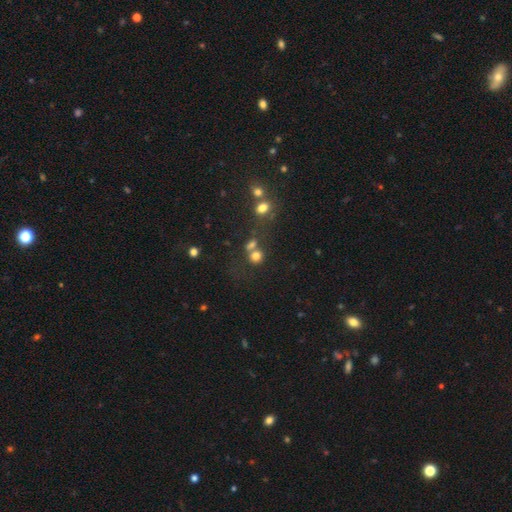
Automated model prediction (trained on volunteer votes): smooth_or_featured: smooth (p=0.72) [alt: star or artifact p=0.17]
how_rounded: round (p=0.79) [alt: in between p=0.19]
merging: none (p=0.49) [alt: merger p=0.35]